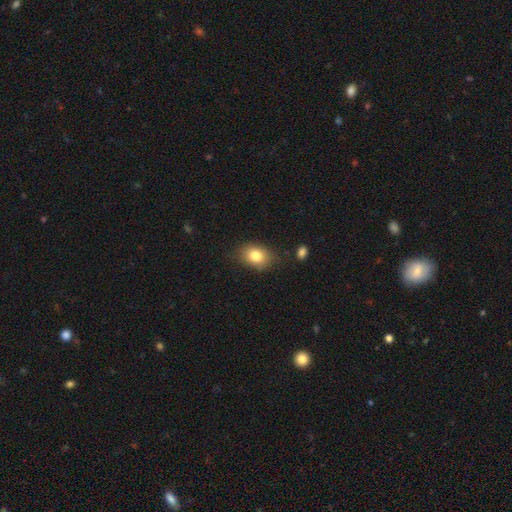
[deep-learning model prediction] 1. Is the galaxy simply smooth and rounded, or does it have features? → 81% smooth, 10% featured or disk, 10% star or artifact.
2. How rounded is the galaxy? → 64% in between, 35% round, 1% cigar-shaped.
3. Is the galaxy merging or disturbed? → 78% none, 16% minor disturbance, 4% major disturbance, 2% merger.